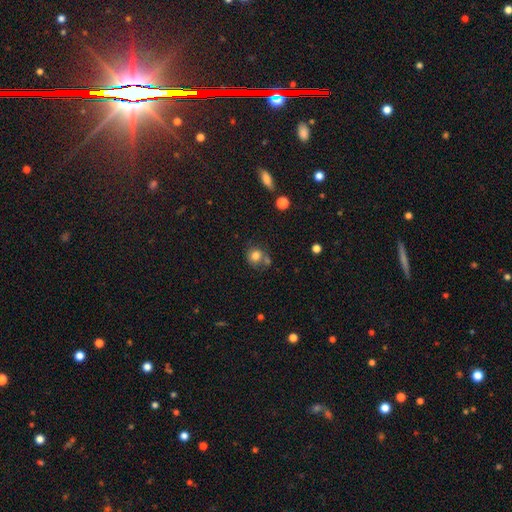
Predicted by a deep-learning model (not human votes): A smooth galaxy with no disk features (78%) that is round (79%). Merging: none (56%).